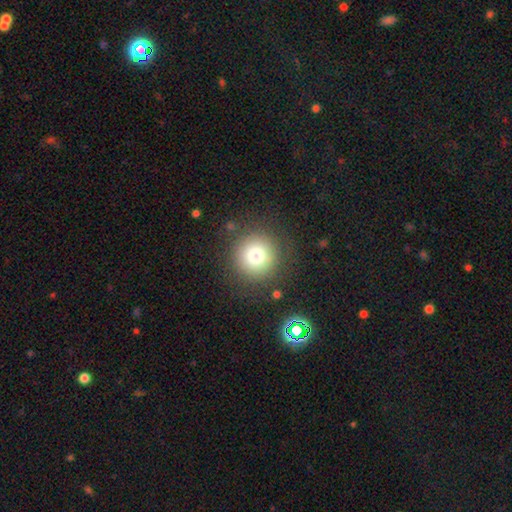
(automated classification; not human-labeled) Smooth or featured? smooth (78%)
How rounded? round (95%)
Merging? none (86%)